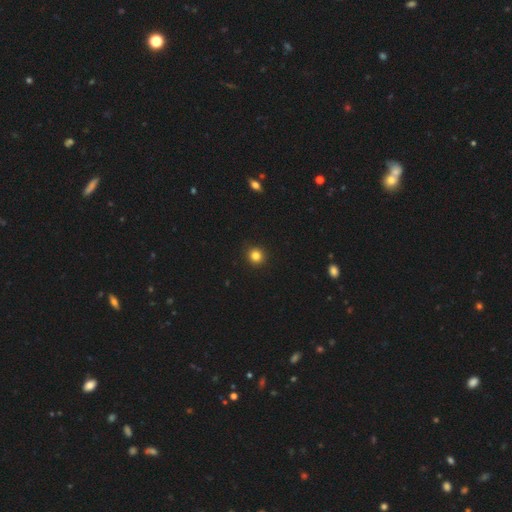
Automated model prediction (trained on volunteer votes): Q: Smooth or featured?
A: smooth (83%); runner-up: star or artifact (12%)
Q: How rounded?
A: round (93%); runner-up: in between (6%)
Q: Merging?
A: none (93%); runner-up: minor disturbance (5%)